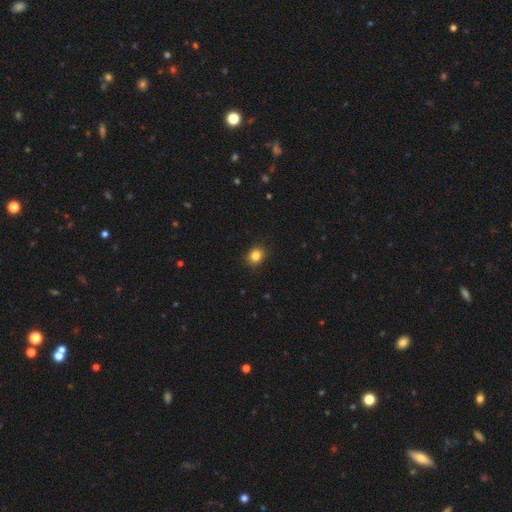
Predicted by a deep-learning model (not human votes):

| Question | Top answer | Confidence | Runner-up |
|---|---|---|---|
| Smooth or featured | smooth | 83% | star or artifact (12%) |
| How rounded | round | 68% | in between (31%) |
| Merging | none | 90% | minor disturbance (7%) |